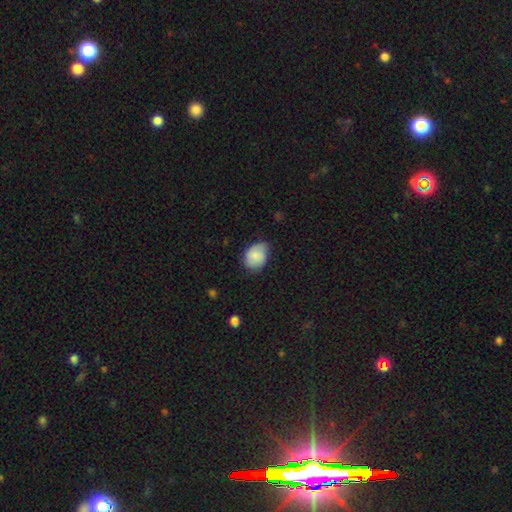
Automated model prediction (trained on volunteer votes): Smooth or featured? Predicted: smooth (p=0.79). How rounded? Predicted: in between (p=0.64). Merging? Predicted: none (p=0.59).